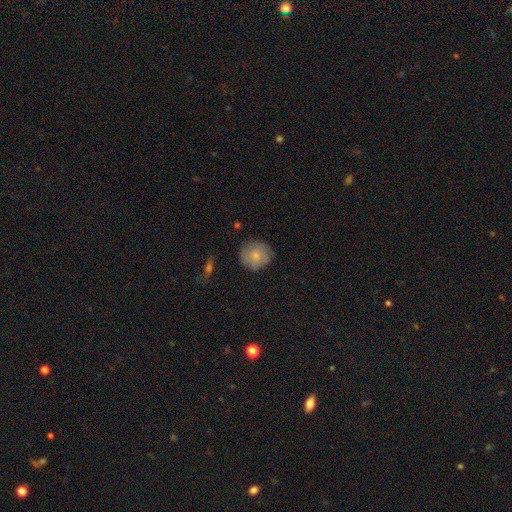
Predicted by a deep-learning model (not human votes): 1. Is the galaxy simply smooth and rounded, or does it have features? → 80% smooth, 13% featured or disk, 7% star or artifact.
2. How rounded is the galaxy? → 91% round, 8% in between, 1% cigar-shaped.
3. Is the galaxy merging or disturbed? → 83% none, 13% minor disturbance, 3% major disturbance, 1% merger.